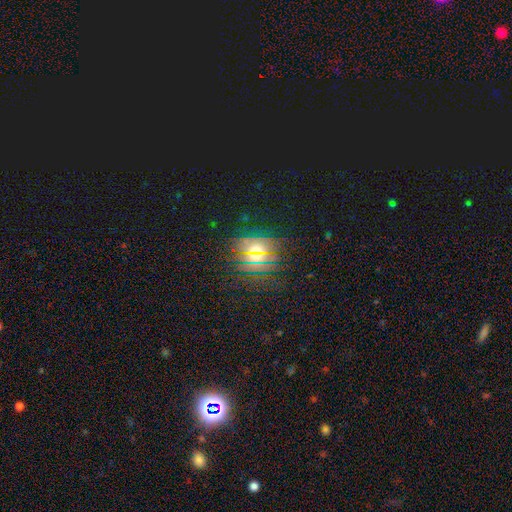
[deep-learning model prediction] Smooth or featured: star or artifact — 45% (smooth — 39%)